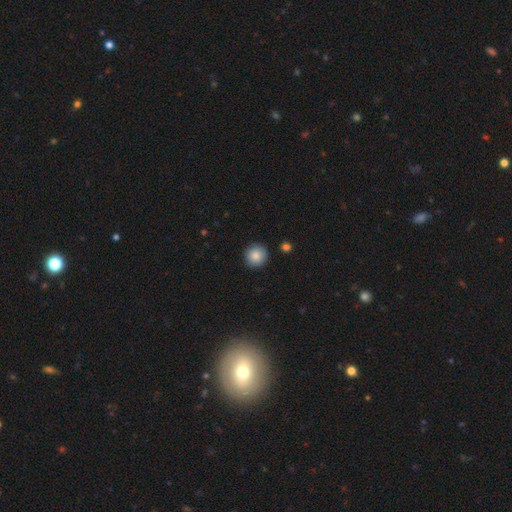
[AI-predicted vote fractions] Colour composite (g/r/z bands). It shows a smooth galaxy with no disk features (86%) that is round (95%). Merging: none (90%).